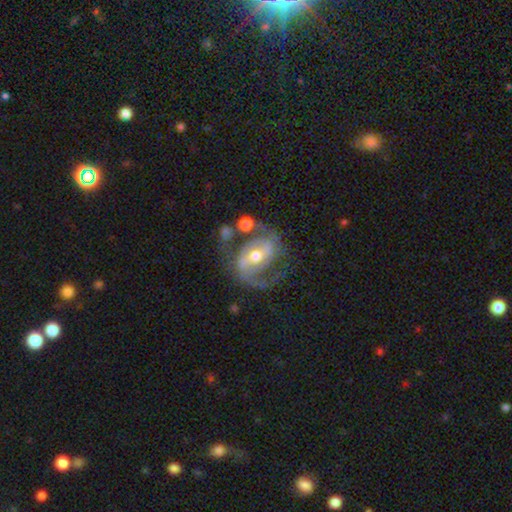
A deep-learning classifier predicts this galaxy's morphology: type=featured or disk (84%); edge-on=no (97%); bar=strong (41%); spiral arms=yes (89%); winding=medium (52%); arm count=2 (83%); bulge=moderate (73%); merging=none (50%).